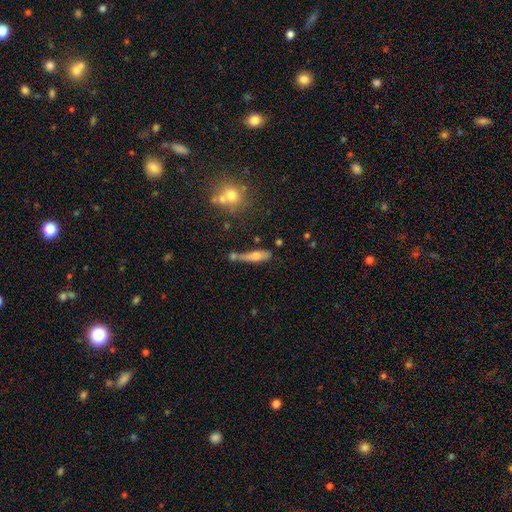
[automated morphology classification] smooth-or-featured: smooth: 61% | featured or disk: 31% | star or artifact: 9%
  how-rounded: cigar-shaped: 66% | in between: 30% | round: 4%
  merging: none: 45% | minor disturbance: 23% | merger: 21% | major disturbance: 10%